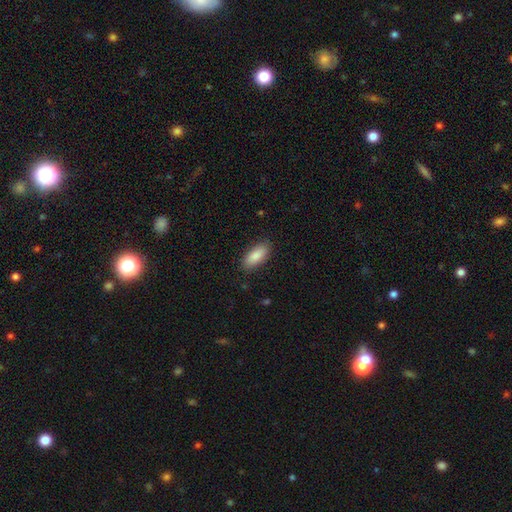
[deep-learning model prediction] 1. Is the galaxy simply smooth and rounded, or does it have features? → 88% smooth, 6% featured or disk, 6% star or artifact.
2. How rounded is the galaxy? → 83% in between, 15% cigar-shaped, 2% round.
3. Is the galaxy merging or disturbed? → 87% none, 10% minor disturbance, 2% major disturbance, 1% merger.